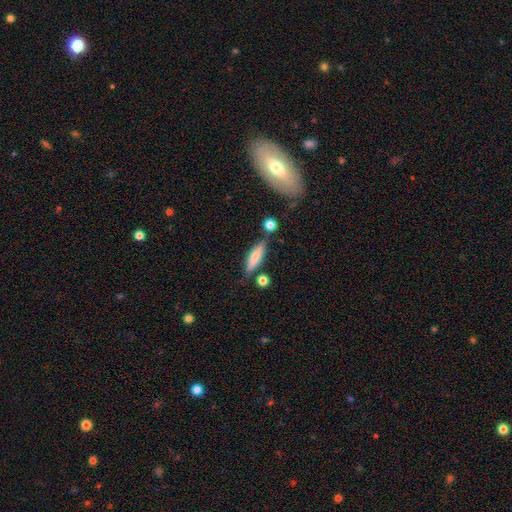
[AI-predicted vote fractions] A smooth galaxy with no disk features (64%) that is cigar-shaped (73%).

Vote fractions:
- Smooth or featured? smooth: 64% / featured or disk: 29% / star or artifact: 7%
- How rounded? cigar-shaped: 73% / in between: 25% / round: 2%
- Merging? none: 74% / minor disturbance: 15% / merger: 7% / major disturbance: 4%